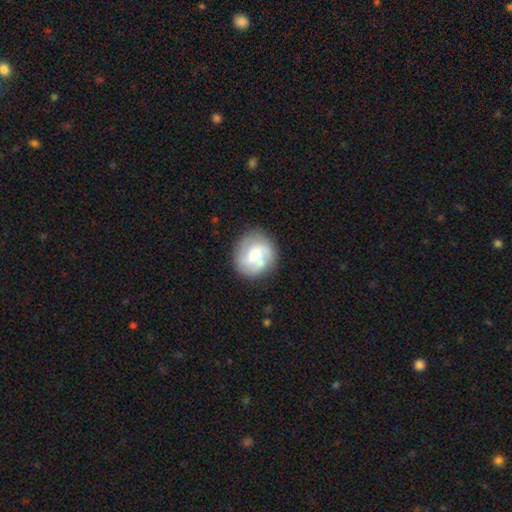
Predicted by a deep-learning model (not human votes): Smooth or featured? featured or disk (52%)
Edge-on disk? no (98%)
Bar? weak (44%)
Spiral arms? yes (76%)
Bulge size? moderate (51%)
Merging? none (72%)